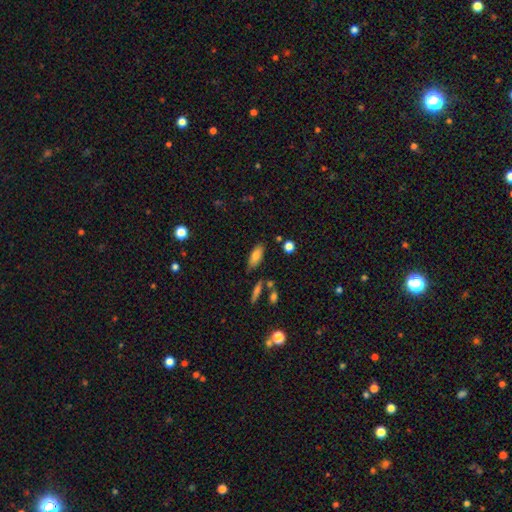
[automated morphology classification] The model was most divided on "merging": none: 75%, minor disturbance: 16%, merger: 5%, major disturbance: 4%. More confident: how rounded — in between (83%); smooth or featured — smooth (79%).